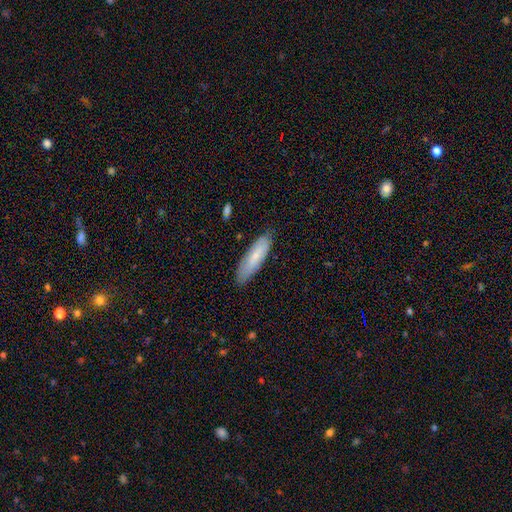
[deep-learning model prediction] The model was most divided on "how rounded": cigar-shaped: 55%, in between: 43%, round: 2%. More confident: merging — none (83%); smooth or featured — smooth (69%).